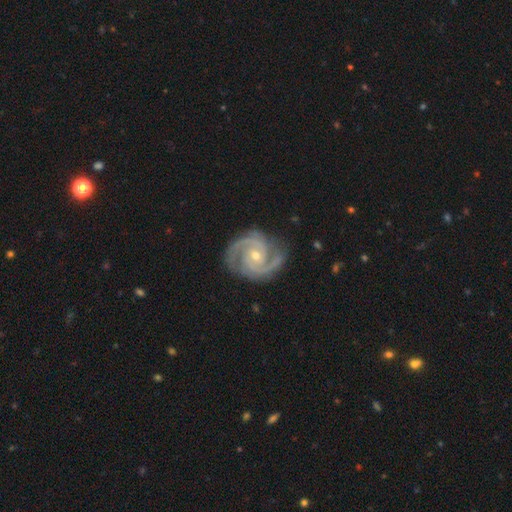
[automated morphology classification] smooth_or_featured: featured or disk (p=0.94) [alt: star or artifact p=0.04]
disk_edge_on: no (p=0.98) [alt: yes p=0.02]
bar: no (p=0.62) [alt: weak p=0.28]
has_spiral_arms: yes (p=0.99) [alt: no p=0.01]
spiral_winding: tight (p=0.53) [alt: medium p=0.42]
spiral_arm_count: 2 (p=0.73) [alt: 3 p=0.18]
bulge_size: small (p=0.58) [alt: moderate p=0.39]
merging: none (p=0.81) [alt: minor disturbance p=0.15]